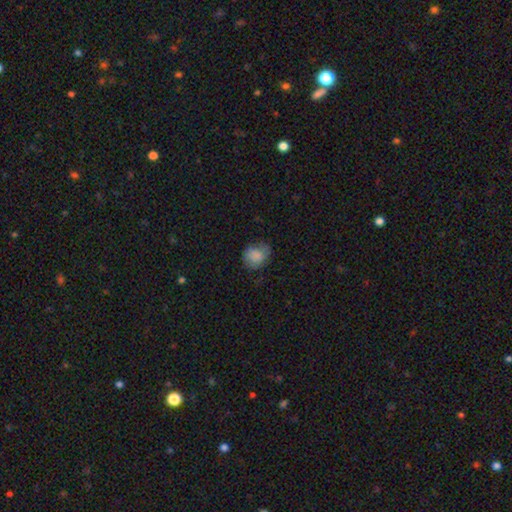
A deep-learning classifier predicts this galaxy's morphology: Smooth or featured? Predicted: smooth (p=0.83). How rounded? Predicted: round (p=0.68). Merging? Predicted: none (p=0.61).